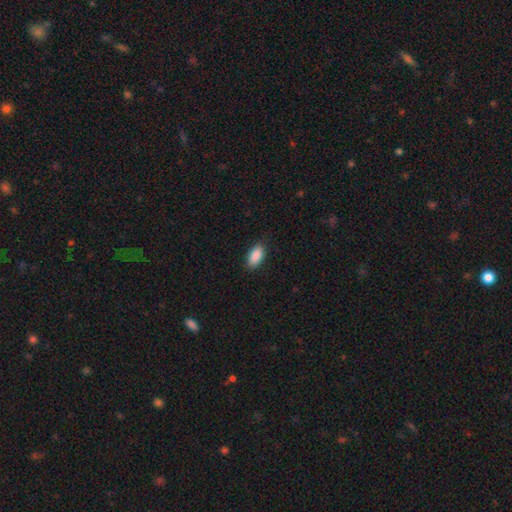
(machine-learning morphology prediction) smooth_or_featured: smooth (p=0.89) [alt: star or artifact p=0.06]
how_rounded: in between (p=0.91) [alt: cigar-shaped p=0.06]
merging: none (p=0.86) [alt: minor disturbance p=0.11]